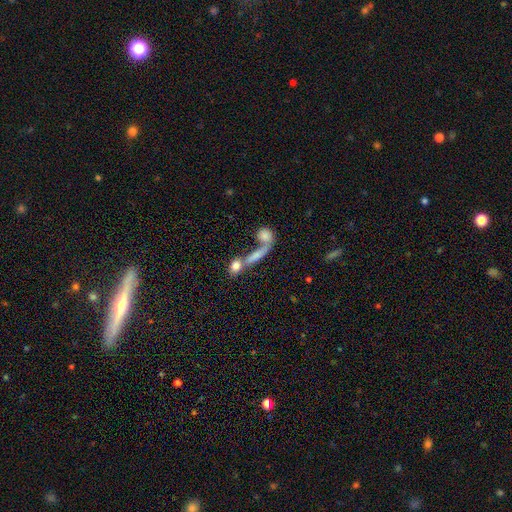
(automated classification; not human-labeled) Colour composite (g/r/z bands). It shows a smooth galaxy with no disk features (66%) that is cigar-shaped (55%). Merging: merger (48%).